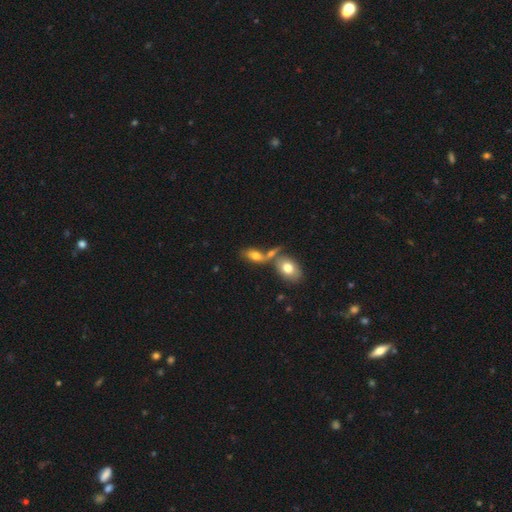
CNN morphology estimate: The model was most divided on "merging": merger: 48%, none: 35%, minor disturbance: 11%, major disturbance: 6%. More confident: how rounded — in between (86%); smooth or featured — smooth (69%).